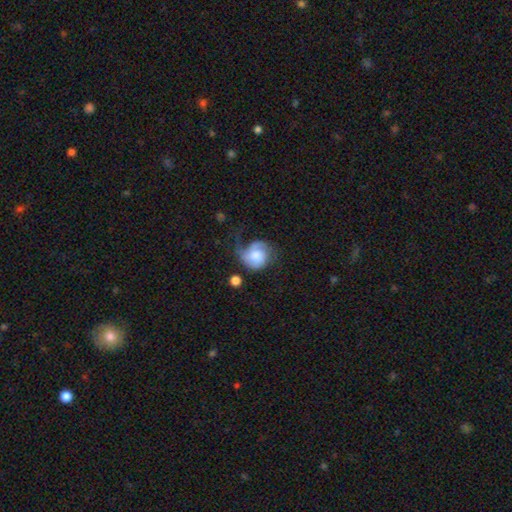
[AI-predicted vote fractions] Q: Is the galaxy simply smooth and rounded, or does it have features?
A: featured or disk — 53%.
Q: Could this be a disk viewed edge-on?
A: no — 98%.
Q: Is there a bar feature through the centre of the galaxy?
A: no — 70%.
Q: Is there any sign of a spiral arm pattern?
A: yes — 86%.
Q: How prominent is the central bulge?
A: moderate — 45%.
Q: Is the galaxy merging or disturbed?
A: none — 36%.